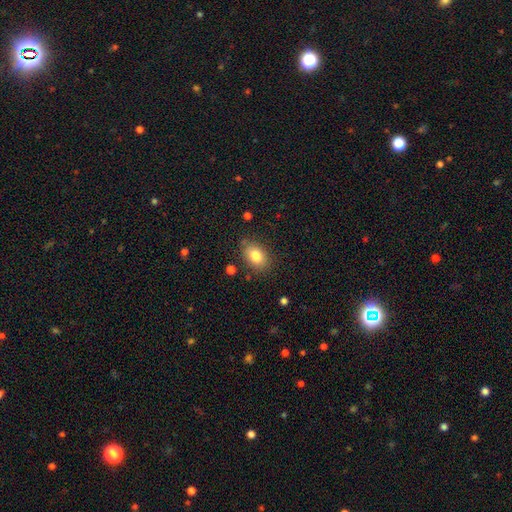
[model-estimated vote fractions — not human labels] Smooth or featured? smooth (82%)
How rounded? in between (76%)
Merging? none (82%)